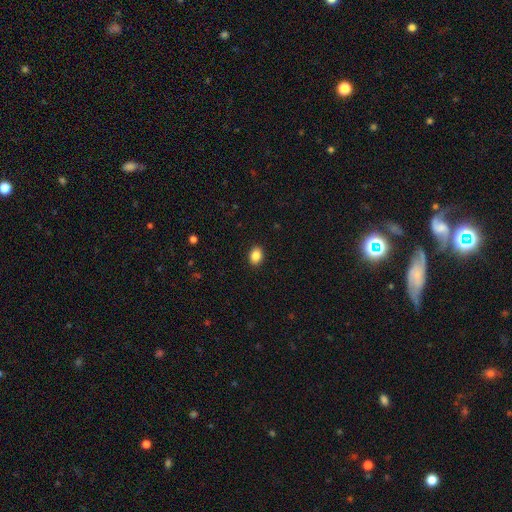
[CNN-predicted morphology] smooth 86%, star or artifact 9%, featured or disk 5%. Down the decision tree: how rounded — in between (66%); merging — none (91%).